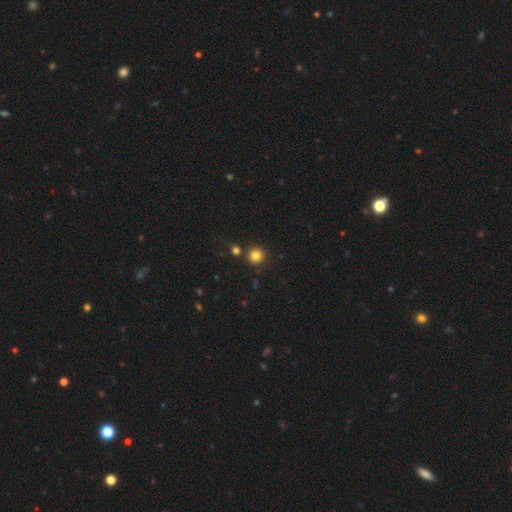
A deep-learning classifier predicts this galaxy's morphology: smooth 82%, star or artifact 13%, featured or disk 5%. Down the decision tree: how rounded — round (93%); merging — none (84%).